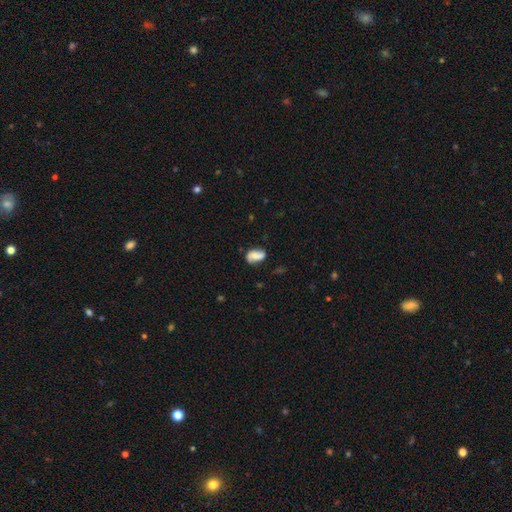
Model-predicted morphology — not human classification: Smooth or featured: smooth — 49% (featured or disk — 42%)
Merging: none — 66% (minor disturbance — 24%)